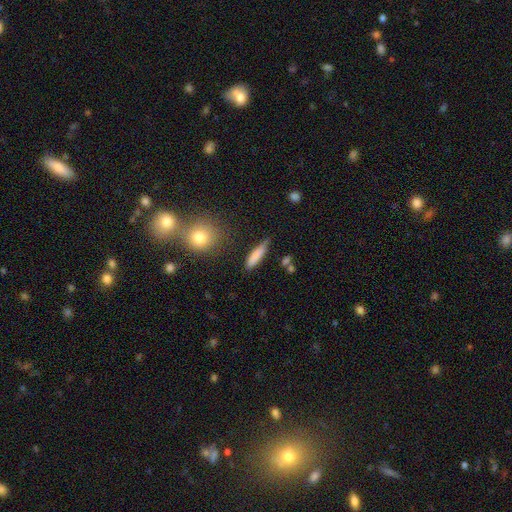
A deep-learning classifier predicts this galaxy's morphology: Smooth or featured?
  - smooth: 80% *
  - featured or disk: 13%
  - star or artifact: 7%
How rounded?
  - cigar-shaped: 76% *
  - in between: 22%
  - round: 2%
Merging?
  - none: 70% *
  - minor disturbance: 21%
  - major disturbance: 5%
  - merger: 4%